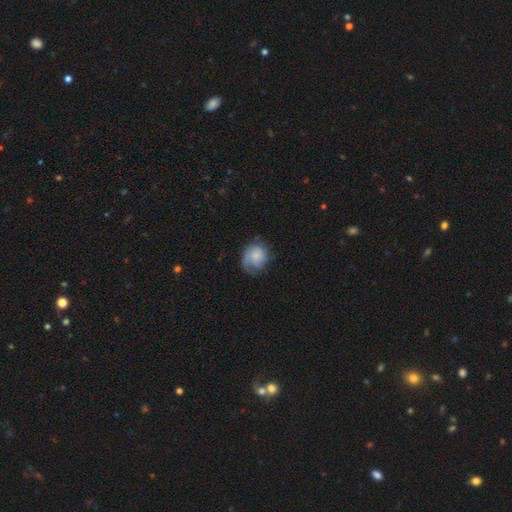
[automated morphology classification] Smooth or featured? smooth (51%)
How rounded? round (65%)
Merging? none (52%)